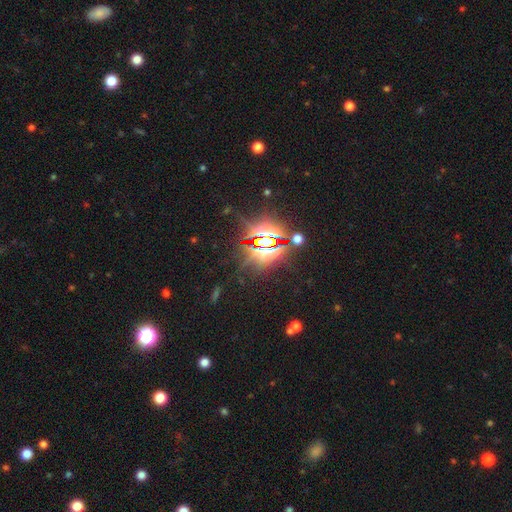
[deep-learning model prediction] This appears to be a star or artifact, not a galaxy (85%).